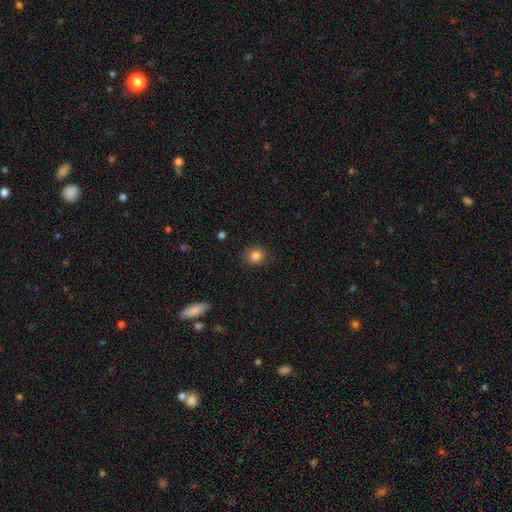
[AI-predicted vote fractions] A smooth galaxy with no disk features (84%) that is round (83%).

Vote fractions:
- Smooth or featured? smooth: 84% / star or artifact: 11% / featured or disk: 5%
- How rounded? round: 83% / in between: 16% / cigar-shaped: 1%
- Merging? none: 86% / minor disturbance: 10% / major disturbance: 3% / merger: 1%